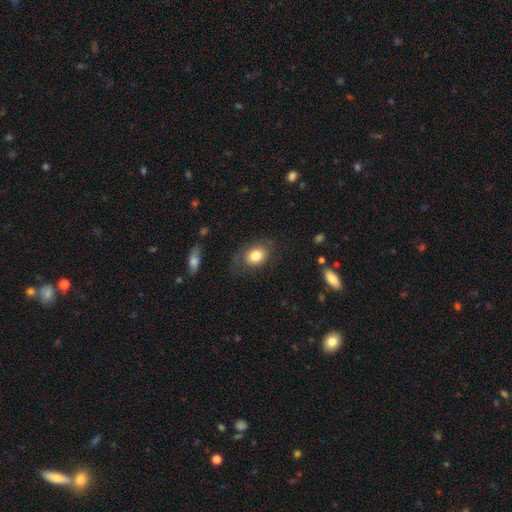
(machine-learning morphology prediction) A smooth galaxy with no disk features (79%) that is in between round and cigar-shaped (68%).

Vote fractions:
- Smooth or featured? smooth: 79% / featured or disk: 13% / star or artifact: 8%
- How rounded? in between: 68% / round: 31% / cigar-shaped: 1%
- Merging? none: 70% / minor disturbance: 19% / major disturbance: 10% / merger: 2%